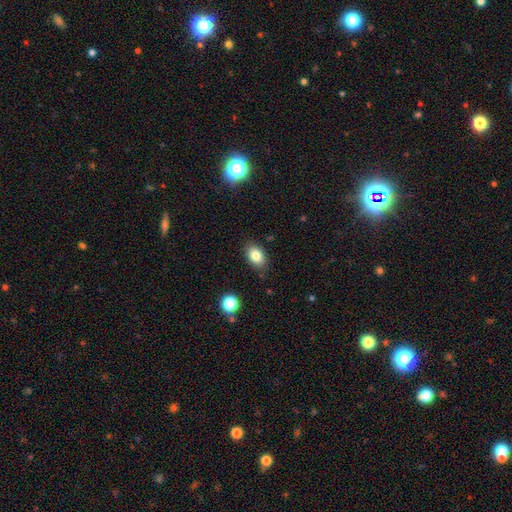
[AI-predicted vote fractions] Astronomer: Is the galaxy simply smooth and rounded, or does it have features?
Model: smooth — 81%.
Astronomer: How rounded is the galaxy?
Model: in between — 82%.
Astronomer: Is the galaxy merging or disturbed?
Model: none — 83%.